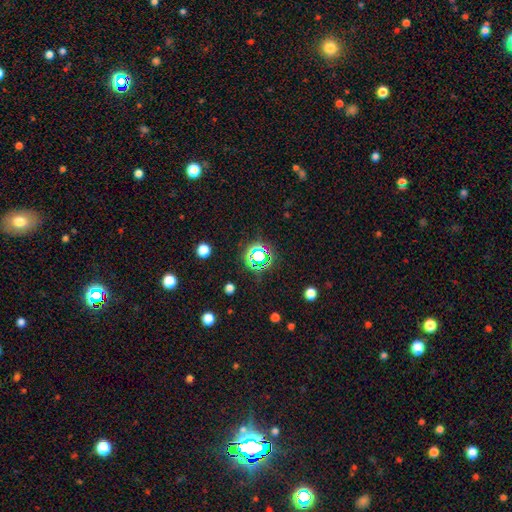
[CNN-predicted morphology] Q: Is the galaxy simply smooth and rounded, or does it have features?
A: star or artifact — 68%.